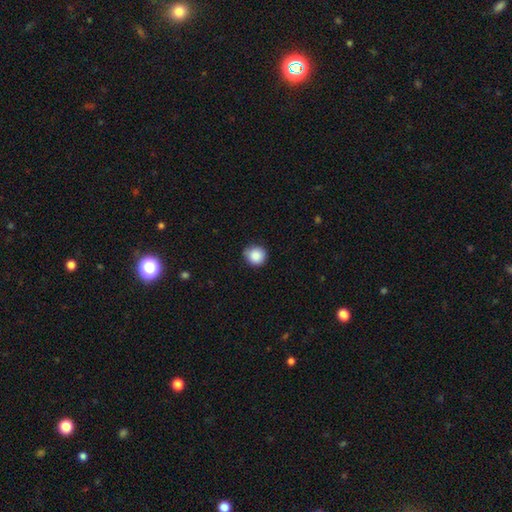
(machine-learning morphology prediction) Overall: smooth (88%). How rounded: round (91%). Merging: none (78%).